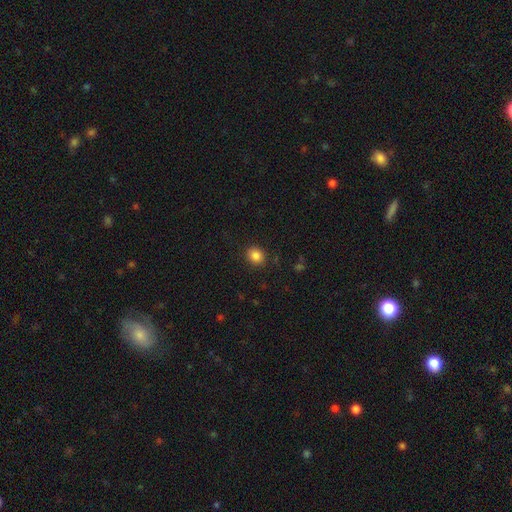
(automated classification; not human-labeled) This appears to be a smooth galaxy with no disk features (86%) that is round (70%). Merging: none (89%).